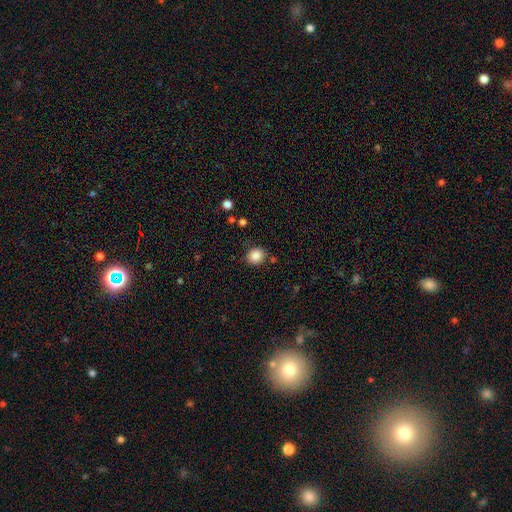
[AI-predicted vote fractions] smooth 87%, star or artifact 10%, featured or disk 4%. Down the decision tree: how rounded — round (78%); merging — none (83%).